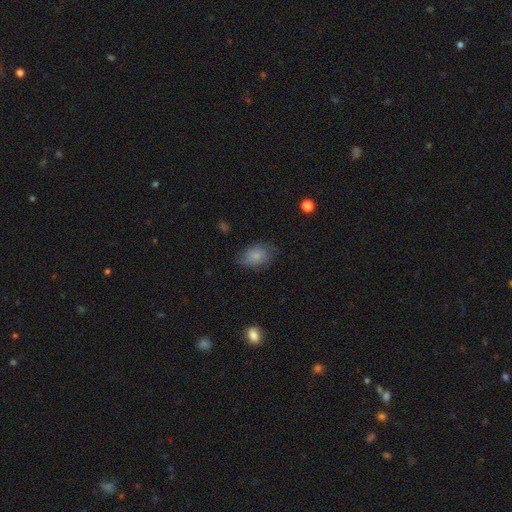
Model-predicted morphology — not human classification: Smooth or featured: smooth — 72% (featured or disk — 20%)
How rounded: in between — 77% (round — 22%)
Merging: none — 61% (minor disturbance — 28%)